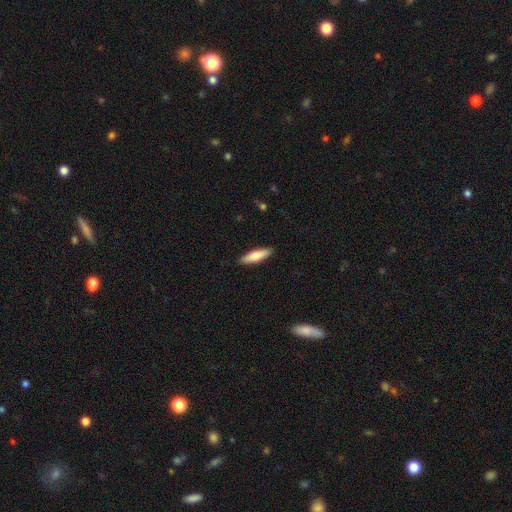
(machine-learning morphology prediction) smooth_or_featured: smooth (p=0.74) [alt: featured or disk p=0.21]
how_rounded: cigar-shaped (p=0.67) [alt: in between p=0.31]
merging: none (p=0.90) [alt: minor disturbance p=0.07]